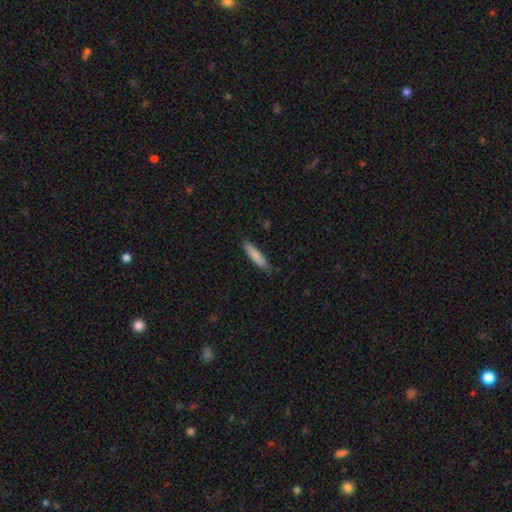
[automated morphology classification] This is clearly a smooth galaxy (82%). How rounded: likely cigar-shaped (79%). Merging: clearly none (84%).